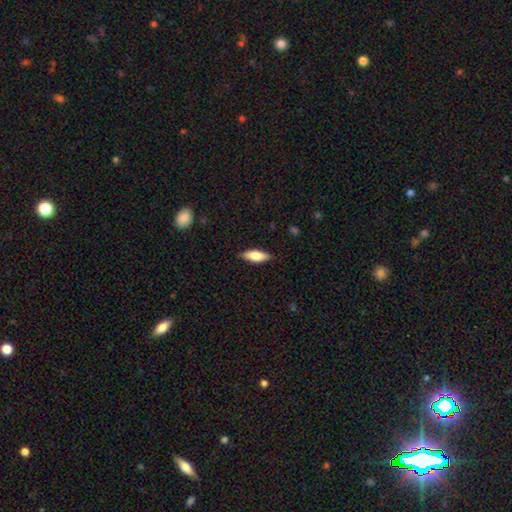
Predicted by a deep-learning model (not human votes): This appears to be a smooth galaxy with no disk features (77%) that is in between round and cigar-shaped (73%). Merging: none (86%).